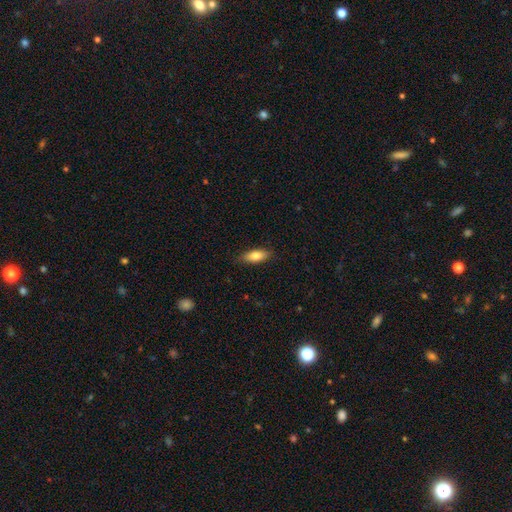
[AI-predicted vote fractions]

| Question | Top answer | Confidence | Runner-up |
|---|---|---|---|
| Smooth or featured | smooth | 77% | featured or disk (16%) |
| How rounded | in between | 75% | cigar-shaped (22%) |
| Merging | none | 85% | minor disturbance (12%) |